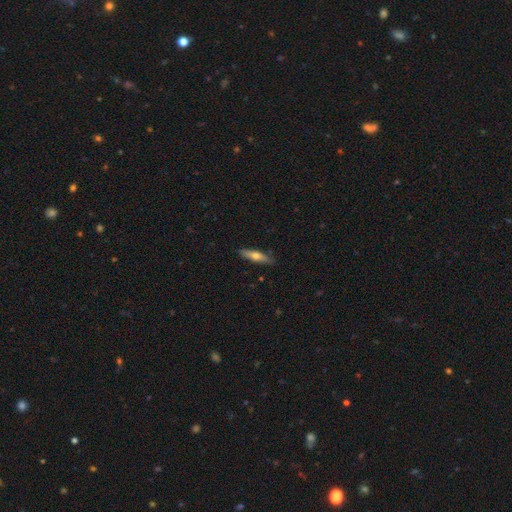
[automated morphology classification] A smooth galaxy with no disk features (55%) that is cigar-shaped (73%). Merging: none (88%).